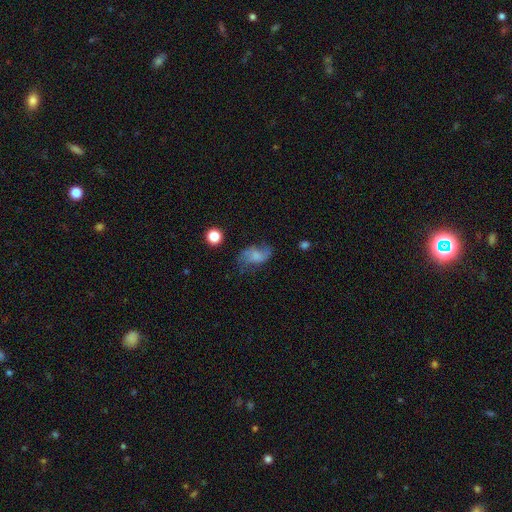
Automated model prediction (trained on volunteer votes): Morphology: type=smooth (48%); merging=none (49%).